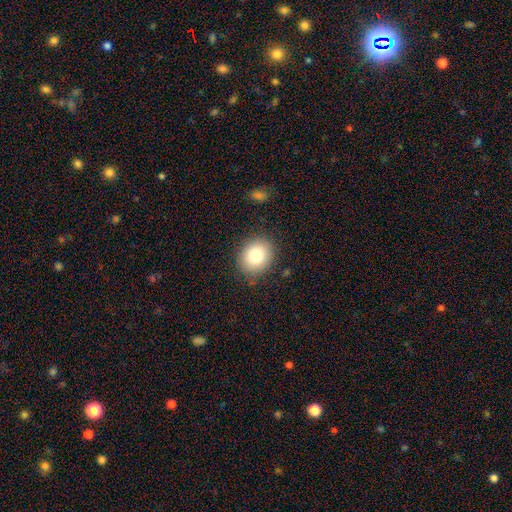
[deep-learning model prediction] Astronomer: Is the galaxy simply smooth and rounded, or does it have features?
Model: smooth — 79%.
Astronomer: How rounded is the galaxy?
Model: round — 68%.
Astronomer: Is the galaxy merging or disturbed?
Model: none — 86%.